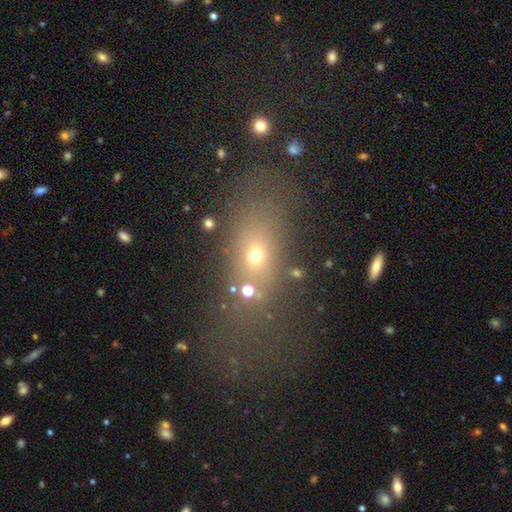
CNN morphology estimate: smooth_or_featured: smooth (p=0.56) [alt: star or artifact p=0.24]
how_rounded: in between (p=0.67) [alt: round p=0.22]
merging: none (p=0.53) [alt: major disturbance p=0.17]